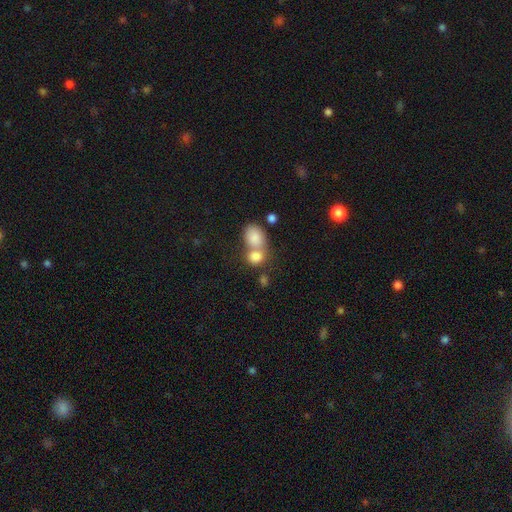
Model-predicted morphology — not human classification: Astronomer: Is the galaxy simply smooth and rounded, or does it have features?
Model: smooth — 56%.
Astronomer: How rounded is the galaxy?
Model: round — 56% (runner-up: in between, 40%).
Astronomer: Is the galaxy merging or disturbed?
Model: merger — 52% (runner-up: none, 34%).